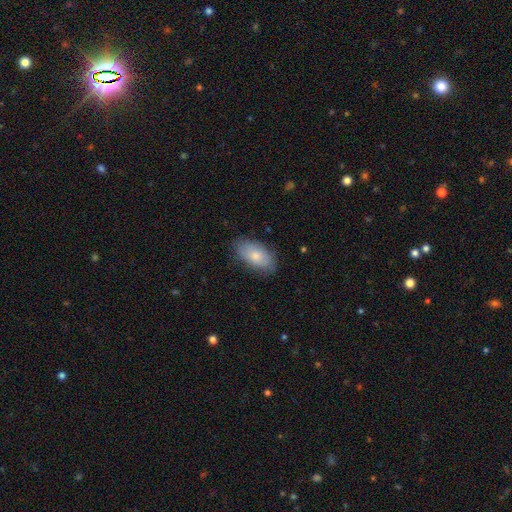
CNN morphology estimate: A smooth galaxy with no disk features (76%) that is in between round and cigar-shaped (93%).

Vote fractions:
- Smooth or featured? smooth: 76% / featured or disk: 17% / star or artifact: 6%
- How rounded? in between: 93% / round: 4% / cigar-shaped: 3%
- Merging? none: 81% / minor disturbance: 15% / major disturbance: 3% / merger: 1%